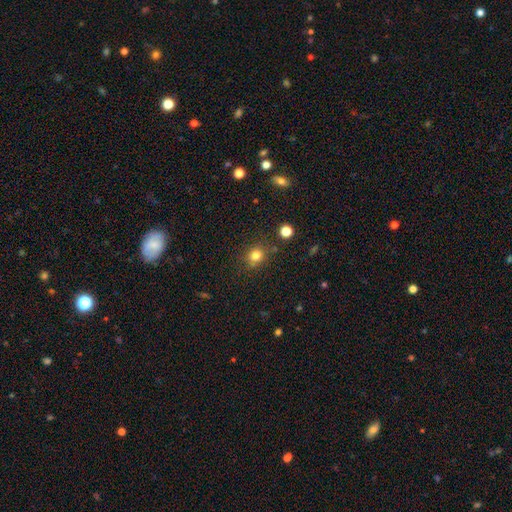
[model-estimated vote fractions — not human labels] smooth_or_featured: smooth (p=0.79) [alt: star or artifact p=0.14]
how_rounded: round (p=0.76) [alt: in between p=0.23]
merging: none (p=0.77) [alt: minor disturbance p=0.14]